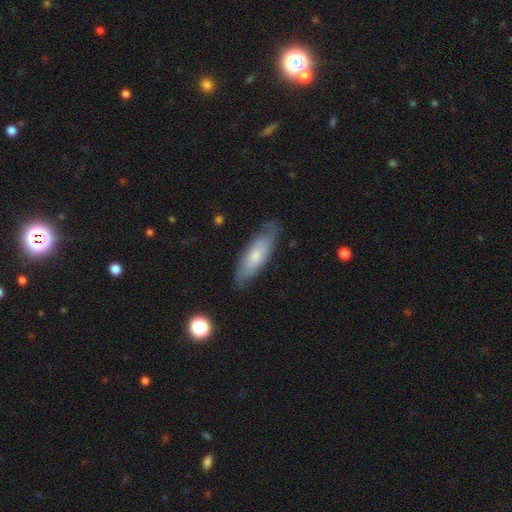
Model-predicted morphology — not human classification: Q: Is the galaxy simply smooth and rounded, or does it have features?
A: smooth — 55%.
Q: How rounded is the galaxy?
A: in between — 55%.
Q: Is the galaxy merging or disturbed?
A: none — 75%.